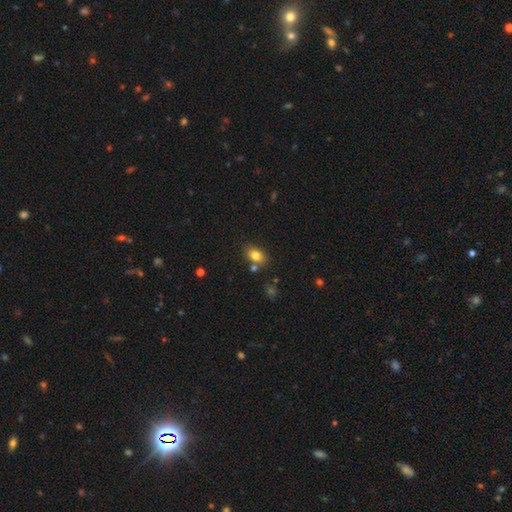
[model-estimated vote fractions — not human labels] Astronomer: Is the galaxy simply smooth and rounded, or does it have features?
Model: smooth — 81%.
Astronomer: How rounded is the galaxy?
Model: in between — 80%.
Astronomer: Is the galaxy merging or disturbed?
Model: none — 71%.